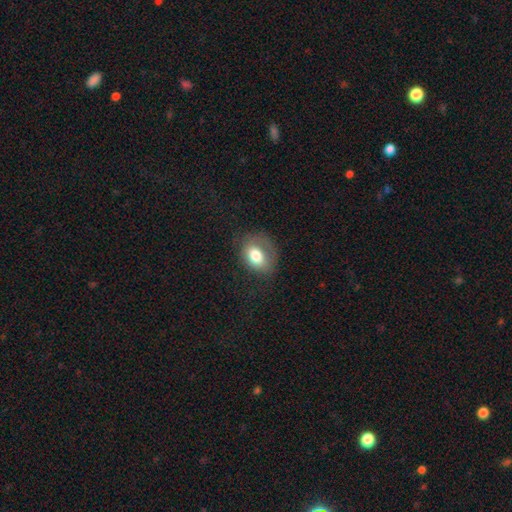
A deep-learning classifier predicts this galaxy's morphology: The model was most divided on "merging": none: 56%, minor disturbance: 25%, major disturbance: 17%, merger: 1%. More confident: smooth or featured — smooth (75%); how rounded — in between (68%).